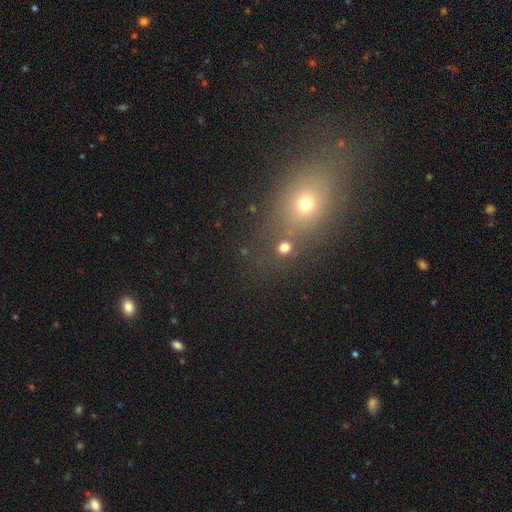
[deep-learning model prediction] Overall: smooth (52%; star or artifact 34%). How rounded: in between (53%; round 39%). Merging: none (72%).